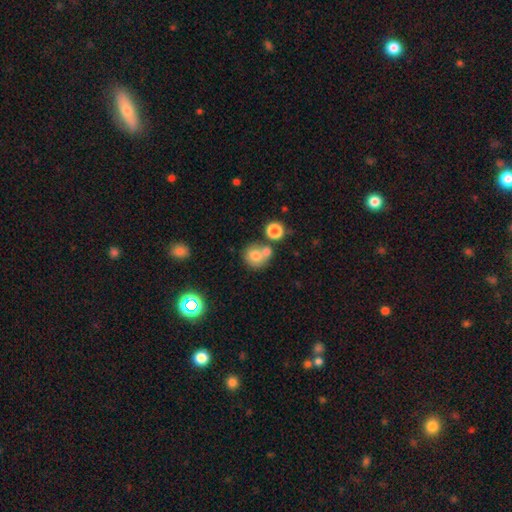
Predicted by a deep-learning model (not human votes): smooth-or-featured: smooth: 74% | featured or disk: 14% | star or artifact: 12%
  how-rounded: round: 84% | in between: 15% | cigar-shaped: 1%
  merging: none: 47% | merger: 39% | minor disturbance: 10% | major disturbance: 4%